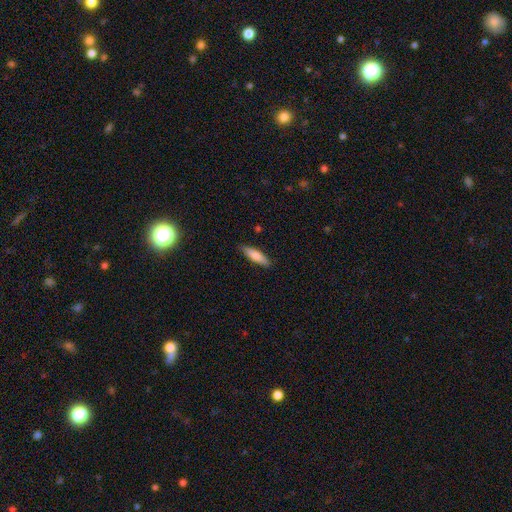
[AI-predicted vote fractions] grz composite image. It shows a smooth galaxy with no disk features (73%) that is cigar-shaped (68%). Merging: none (87%).